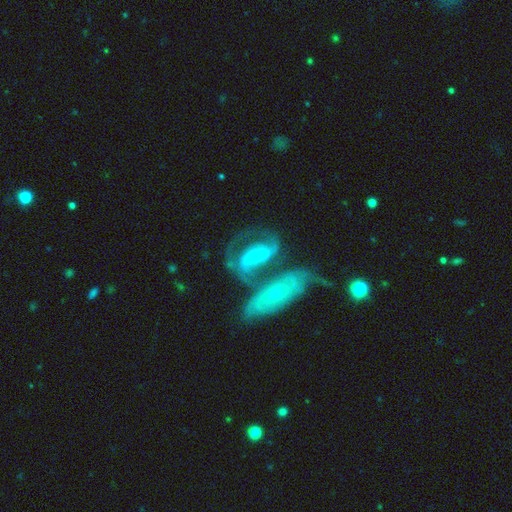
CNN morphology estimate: Smooth or featured?
  - featured or disk: 83% *
  - smooth: 11%
  - star or artifact: 6%
Edge-on disk?
  - no: 96% *
  - yes: 4%
Bar?
  - no: 44% *
  - weak: 35%
  - strong: 21%
Spiral arms?
  - yes: 92% *
  - no: 8%
Spiral winding?
  - medium: 49% *
  - tight: 29%
  - loose: 21%
Spiral arm count?
  - 2: 77% *
  - can't tell: 10%
  - 3: 5%
  - 1: 4%
  - 4: 2%
  - more than 4: 2%
Bulge size?
  - small: 57% *
  - moderate: 38%
  - large: 2%
  - none: 2%
  - dominant: 1%
Merging?
  - merger: 55% *
  - none: 25%
  - minor disturbance: 11%
  - major disturbance: 10%